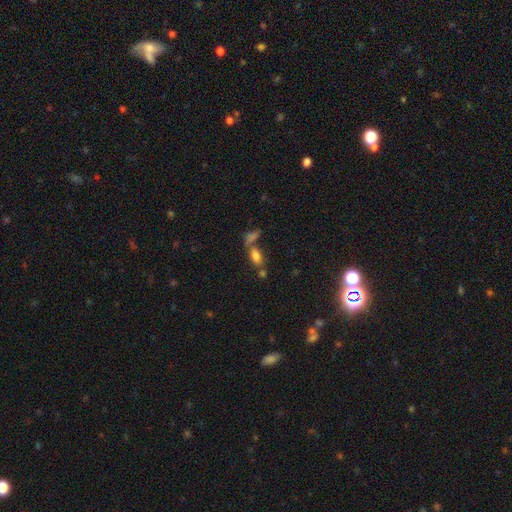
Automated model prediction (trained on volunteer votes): A smooth galaxy with no disk features (78%) that is in between round and cigar-shaped (88%).

Vote fractions:
- Smooth or featured? smooth: 78% / star or artifact: 13% / featured or disk: 10%
- How rounded? in between: 88% / cigar-shaped: 7% / round: 6%
- Merging? none: 45% / merger: 38% / minor disturbance: 11% / major disturbance: 6%